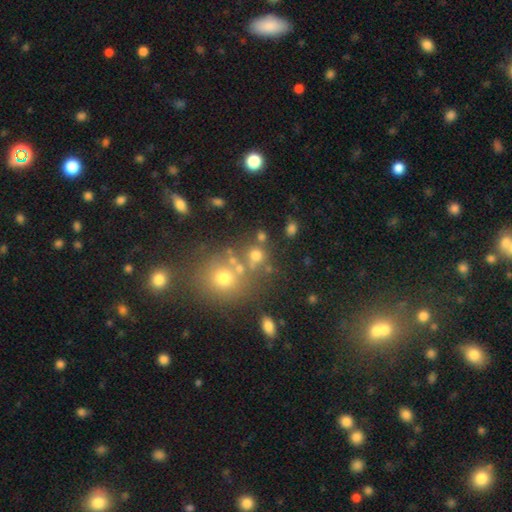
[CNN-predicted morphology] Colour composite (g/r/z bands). It shows a smooth galaxy with no disk features (66%) that is round (81%). Merging: none (59%).